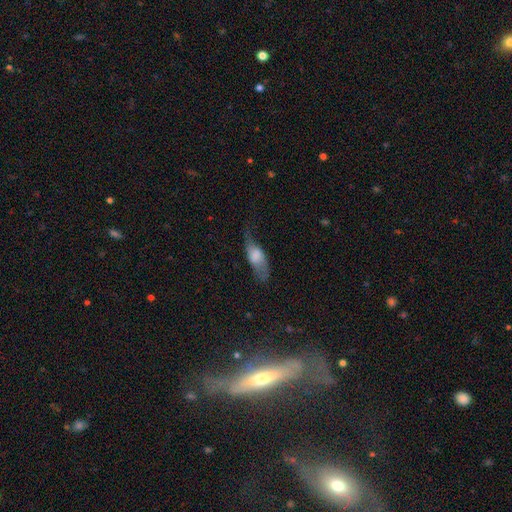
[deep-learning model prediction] Smooth or featured? smooth (64%)
How rounded? in between (74%)
Merging? none (47%)